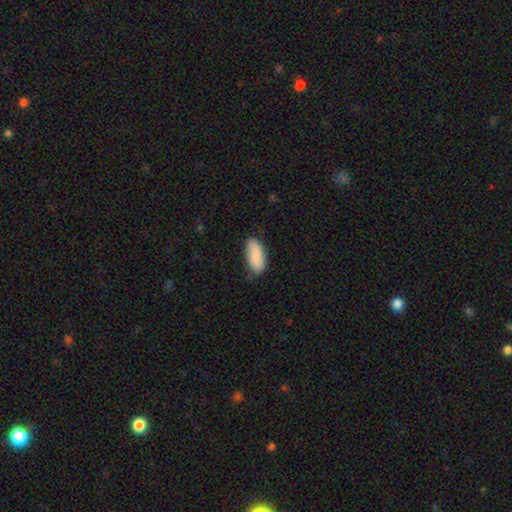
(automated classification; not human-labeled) A smooth galaxy with no disk features (84%) that is in between round and cigar-shaped (87%).

Vote fractions:
- Smooth or featured? smooth: 84% / featured or disk: 10% / star or artifact: 6%
- How rounded? in between: 87% / cigar-shaped: 11% / round: 2%
- Merging? none: 75% / minor disturbance: 20% / major disturbance: 4% / merger: 1%